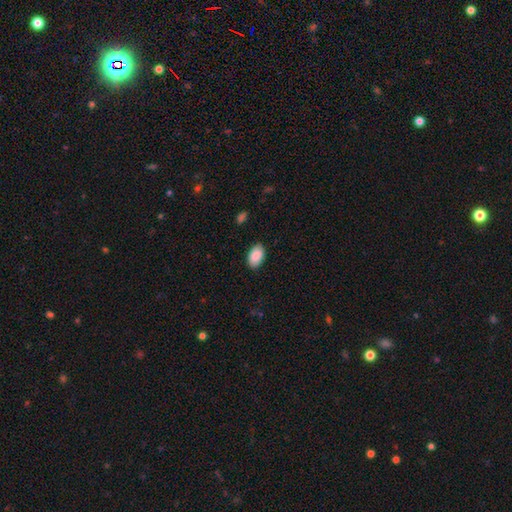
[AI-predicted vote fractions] Smooth or featured: smooth — 90% (star or artifact — 6%)
How rounded: in between — 94% (round — 4%)
Merging: none — 87% (minor disturbance — 9%)